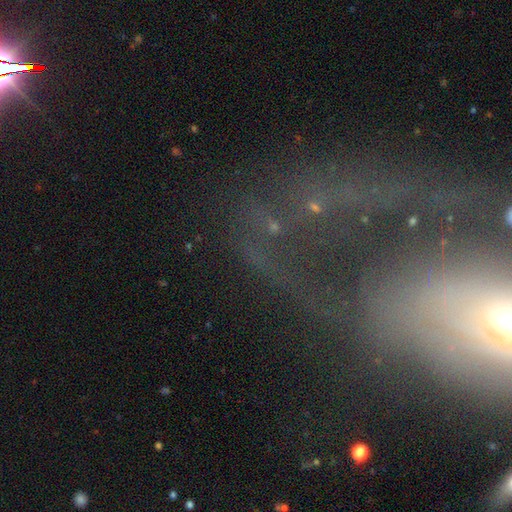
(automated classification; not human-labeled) The model was most divided on "merging": none: 49%, major disturbance: 28%, minor disturbance: 14%, merger: 9%. More confident: edge-on disk — no (84%); smooth or featured — featured or disk (53%).